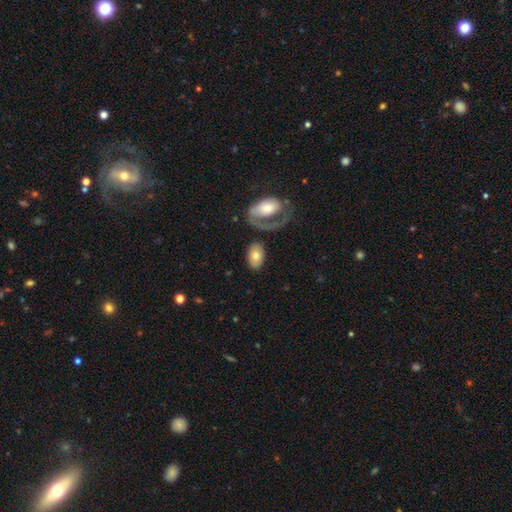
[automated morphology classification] A smooth galaxy with no disk features (70%) that is in between round and cigar-shaped (91%).

Vote fractions:
- Smooth or featured? smooth: 70% / featured or disk: 24% / star or artifact: 6%
- How rounded? in between: 91% / round: 8% / cigar-shaped: 2%
- Merging? none: 67% / minor disturbance: 14% / major disturbance: 10% / merger: 9%